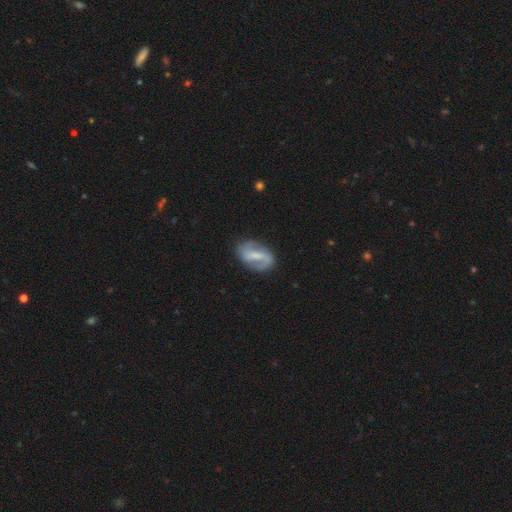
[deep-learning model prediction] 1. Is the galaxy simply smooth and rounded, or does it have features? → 73% featured or disk, 21% smooth, 6% star or artifact.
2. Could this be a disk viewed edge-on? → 96% no, 4% yes.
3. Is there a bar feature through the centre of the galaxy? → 44% strong, 42% weak, 14% no.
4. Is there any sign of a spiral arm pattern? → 85% yes, 15% no.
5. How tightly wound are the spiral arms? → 42% loose, 40% medium, 19% tight.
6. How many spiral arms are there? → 82% 2, 8% 1, 7% can't tell, 1% 3, 1% 4, 1% more than 4.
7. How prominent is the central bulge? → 39% small, 31% moderate, 24% none, 5% large, 1% dominant.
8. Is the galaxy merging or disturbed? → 75% none, 17% minor disturbance, 7% major disturbance, 2% merger.